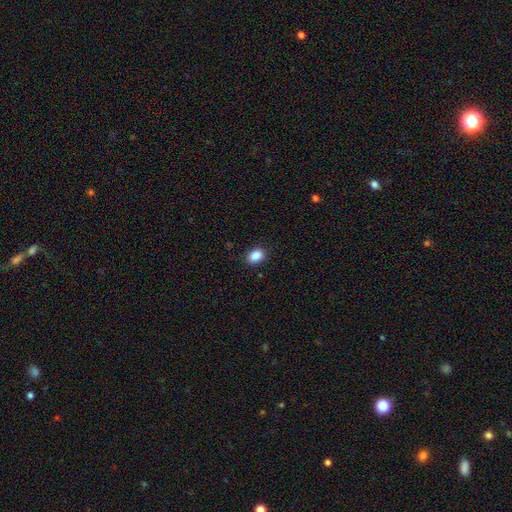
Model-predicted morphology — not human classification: Smooth or featured: smooth — 88% (star or artifact — 8%)
How rounded: in between — 78% (round — 21%)
Merging: none — 88% (minor disturbance — 9%)